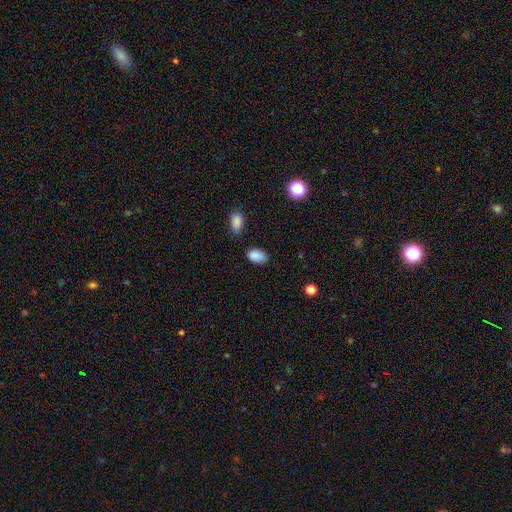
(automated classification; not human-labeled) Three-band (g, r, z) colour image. It shows a smooth galaxy with no disk features (88%) that is in between round and cigar-shaped (91%). Merging: none (71%).